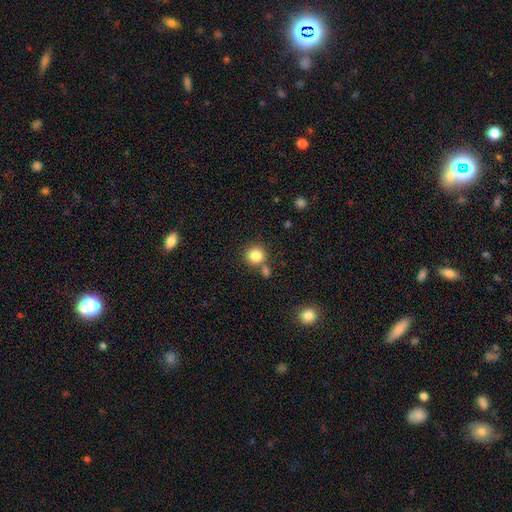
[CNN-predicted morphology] Q: Smooth or featured?
A: smooth (84%); runner-up: star or artifact (10%)
Q: How rounded?
A: round (92%); runner-up: in between (7%)
Q: Merging?
A: none (70%); runner-up: merger (18%)